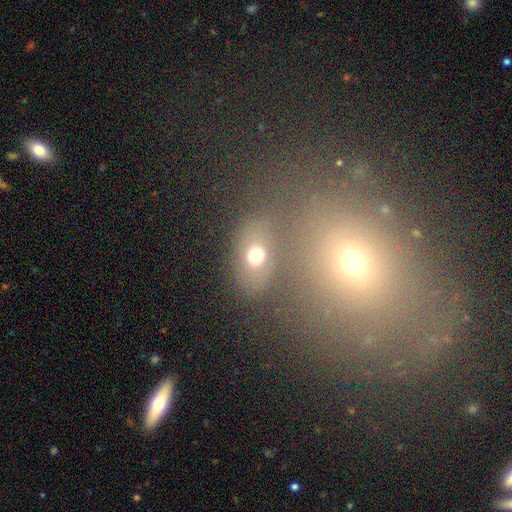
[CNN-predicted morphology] type=smooth (65%); roundness=in between (61%); merging=none (63%).